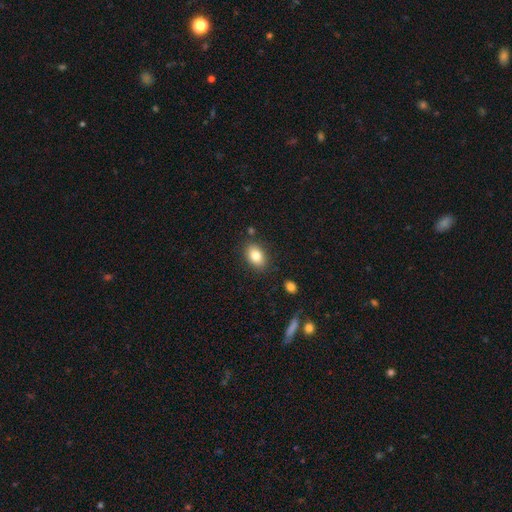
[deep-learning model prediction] Smooth or featured: smooth — 81% (featured or disk — 11%)
How rounded: in between — 84% (round — 15%)
Merging: none — 84% (minor disturbance — 11%)